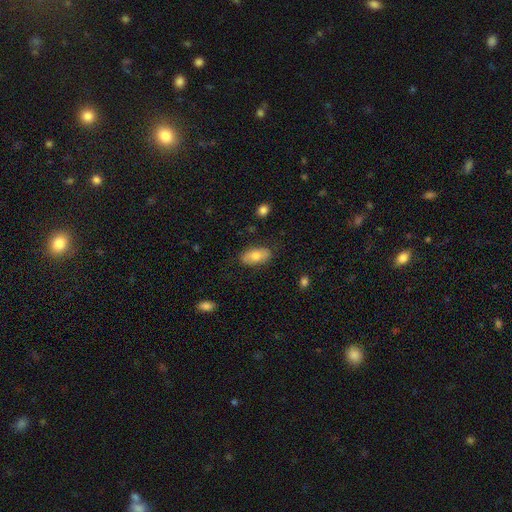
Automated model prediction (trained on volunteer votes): Overall: smooth (73%). How rounded: in between (92%). Merging: none (82%).